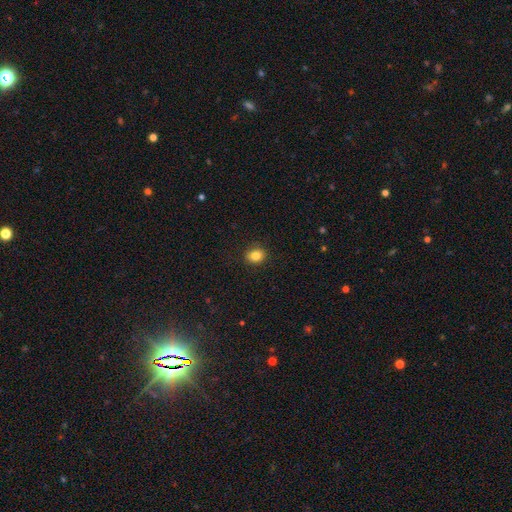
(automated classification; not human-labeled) Q: Smooth or featured?
A: smooth (84%); runner-up: star or artifact (10%)
Q: How rounded?
A: round (67%); runner-up: in between (33%)
Q: Merging?
A: none (90%); runner-up: minor disturbance (7%)